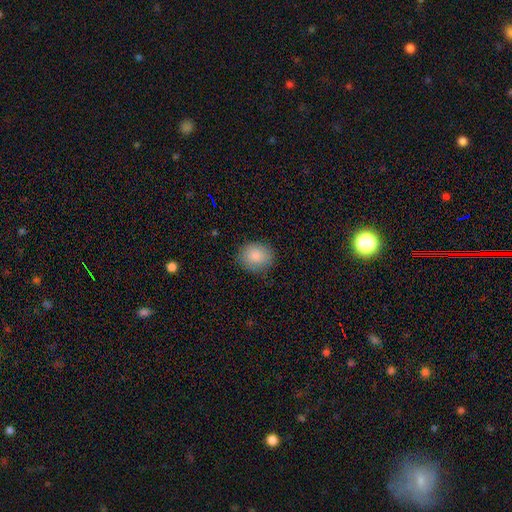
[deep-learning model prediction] A smooth galaxy with no disk features (87%) that is round (62%). Merging: none (84%).